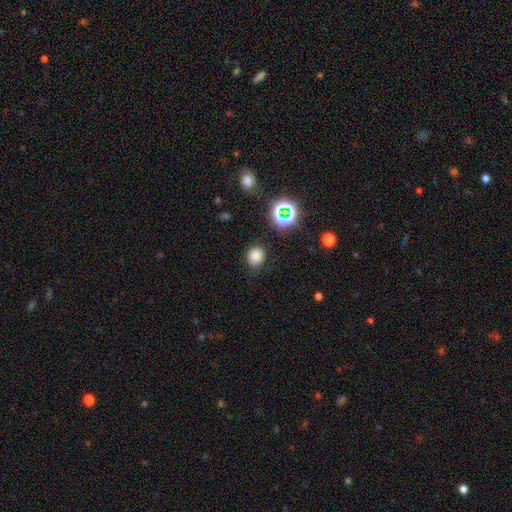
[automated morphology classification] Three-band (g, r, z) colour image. It shows a smooth galaxy with no disk features (77%) that is round (78%). Merging: none (83%).